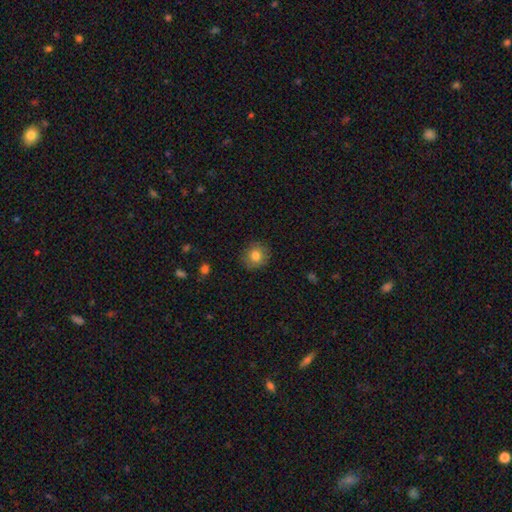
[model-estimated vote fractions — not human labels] Smooth or featured?
  - smooth: 81% *
  - featured or disk: 10%
  - star or artifact: 9%
How rounded?
  - round: 86% *
  - in between: 13%
  - cigar-shaped: 1%
Merging?
  - none: 87% *
  - minor disturbance: 9%
  - major disturbance: 2%
  - merger: 1%